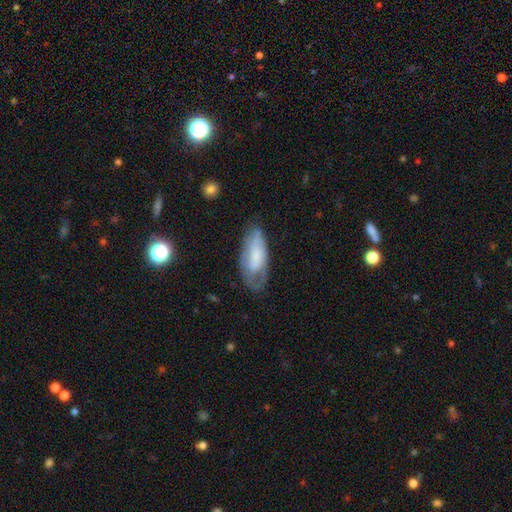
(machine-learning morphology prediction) A smooth galaxy with no disk features (50%) that is in between round and cigar-shaped (84%). Merging: none (53%).